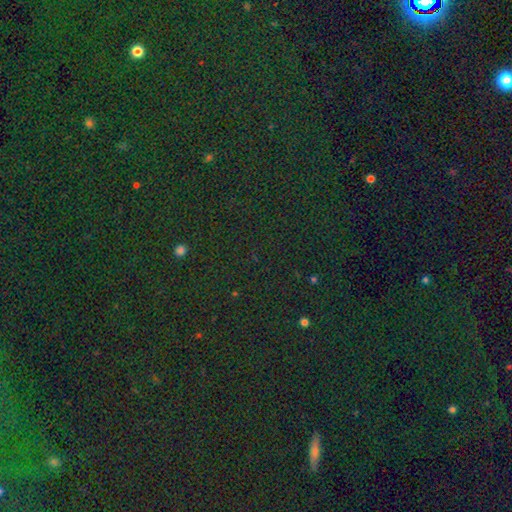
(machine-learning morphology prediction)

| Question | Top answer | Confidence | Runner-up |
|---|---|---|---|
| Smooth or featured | star or artifact | 78% | smooth (13%) |